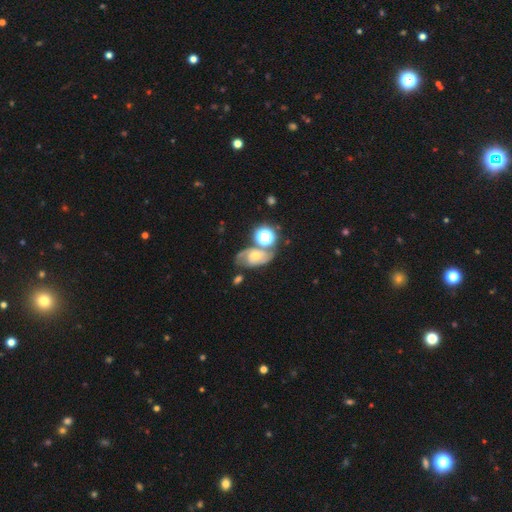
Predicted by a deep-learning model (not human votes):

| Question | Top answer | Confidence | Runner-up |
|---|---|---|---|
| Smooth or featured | featured or disk | 60% | smooth (26%) |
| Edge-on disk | no | 95% | yes (5%) |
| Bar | no | 71% | weak (23%) |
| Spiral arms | yes | 83% | no (17%) |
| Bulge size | moderate | 44% | small (41%) |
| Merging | none | 50% | minor disturbance (20%) |